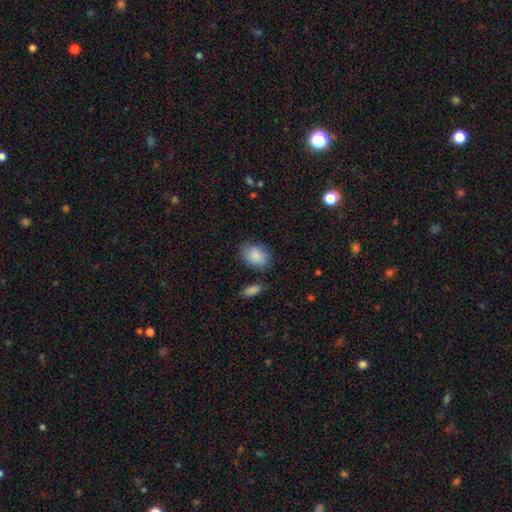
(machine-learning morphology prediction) A smooth galaxy with no disk features (87%) that is in between round and cigar-shaped (75%).

Vote fractions:
- Smooth or featured? smooth: 87% / star or artifact: 7% / featured or disk: 6%
- How rounded? in between: 75% / round: 24% / cigar-shaped: 1%
- Merging? none: 75% / minor disturbance: 16% / merger: 5% / major disturbance: 4%